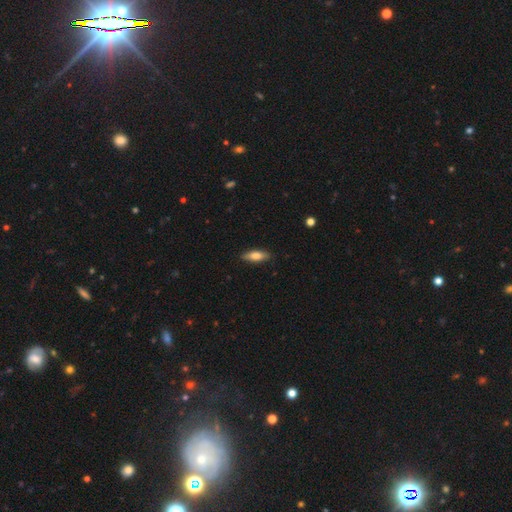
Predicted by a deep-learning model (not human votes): smooth 72%, featured or disk 22%, star or artifact 6%. Down the decision tree: how rounded — in between (59%); merging — none (86%).